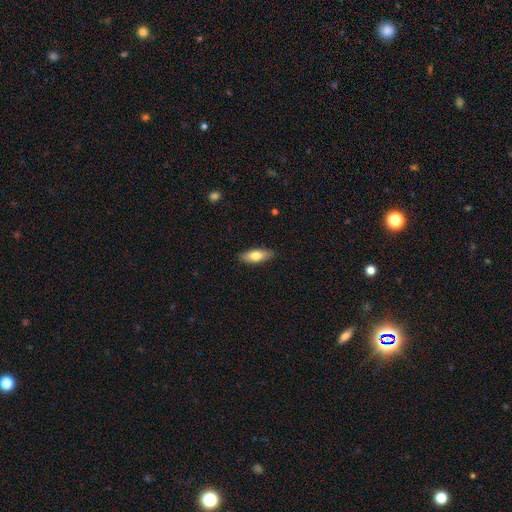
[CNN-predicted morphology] Overall: smooth (74%). How rounded: in between (73%). Merging: none (87%).